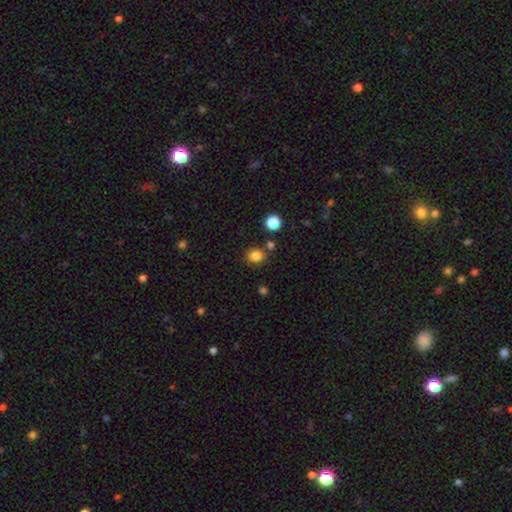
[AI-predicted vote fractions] Smooth or featured: smooth — 83% (star or artifact — 13%)
How rounded: round — 68% (in between — 31%)
Merging: none — 79% (minor disturbance — 10%)